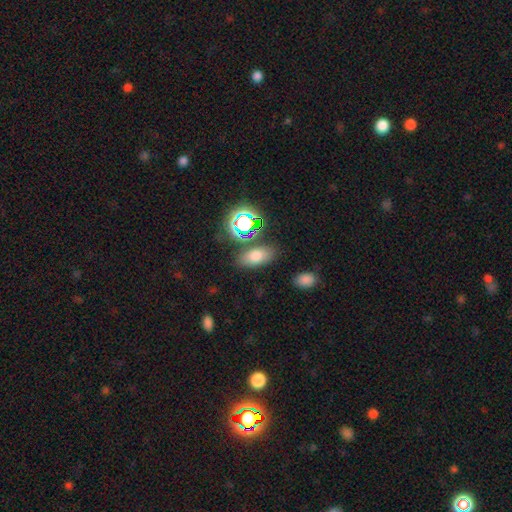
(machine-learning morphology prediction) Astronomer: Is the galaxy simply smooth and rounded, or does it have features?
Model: smooth — 69%.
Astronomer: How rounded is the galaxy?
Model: in between — 87%.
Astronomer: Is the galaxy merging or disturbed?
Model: none — 79%.